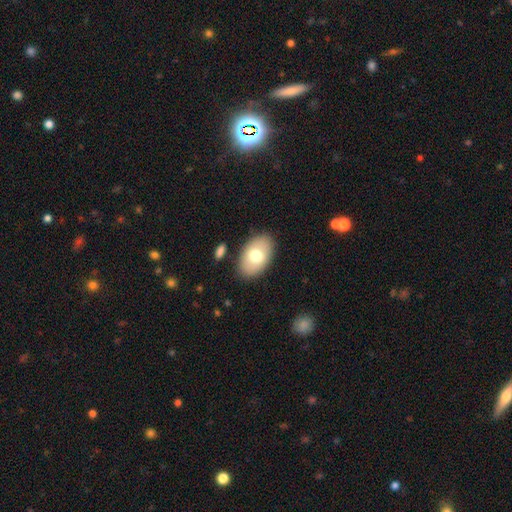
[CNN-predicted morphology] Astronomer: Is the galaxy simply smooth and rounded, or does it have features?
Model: smooth — 71%.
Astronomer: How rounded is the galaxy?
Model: in between — 91%.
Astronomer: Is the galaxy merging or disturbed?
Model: none — 85%.